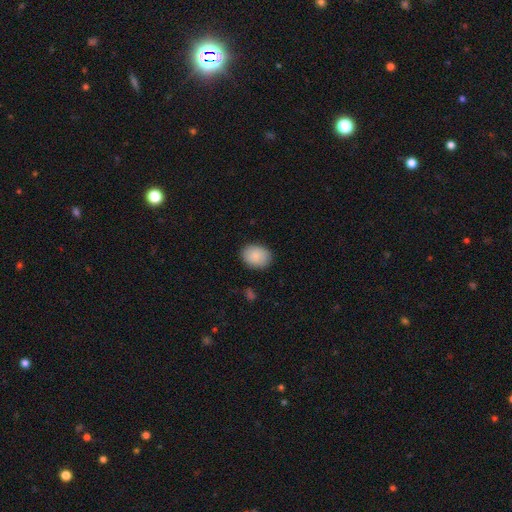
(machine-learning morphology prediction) Smooth or featured: smooth — 88% (star or artifact — 7%)
How rounded: in between — 61% (round — 38%)
Merging: none — 87% (minor disturbance — 10%)